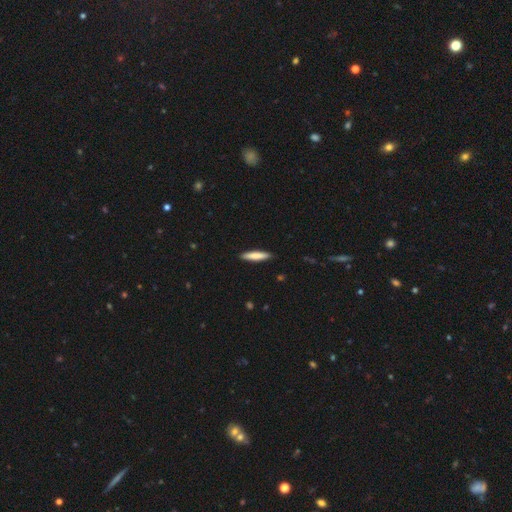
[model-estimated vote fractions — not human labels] Smooth or featured: smooth — 78% (featured or disk — 16%)
How rounded: cigar-shaped — 87% (in between — 11%)
Merging: none — 90% (minor disturbance — 7%)